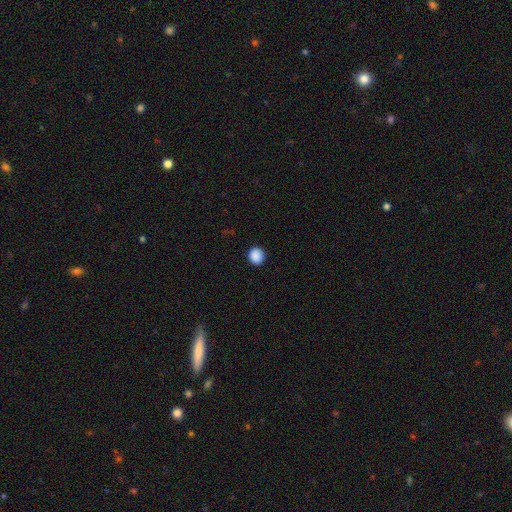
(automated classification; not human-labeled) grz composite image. It shows a smooth galaxy with no disk features (89%) that is round (83%). Merging: none (92%).